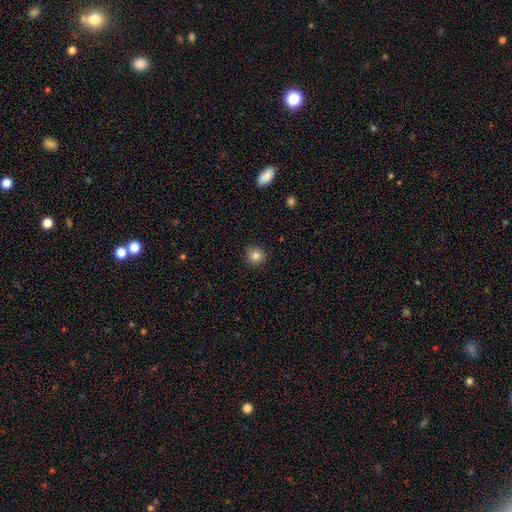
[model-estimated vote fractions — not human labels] Q: Smooth or featured?
A: smooth (83%); runner-up: star or artifact (11%)
Q: How rounded?
A: round (92%); runner-up: in between (7%)
Q: Merging?
A: none (88%); runner-up: minor disturbance (9%)